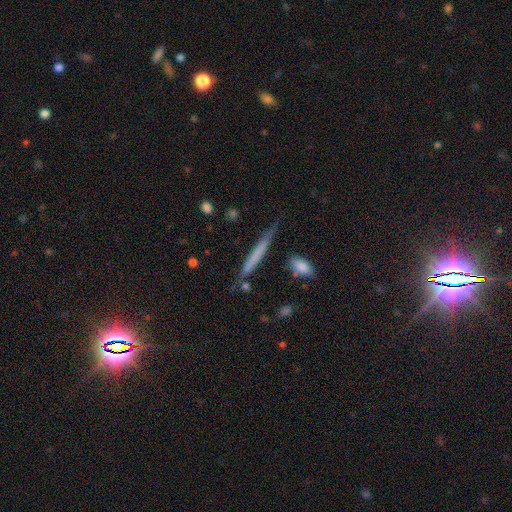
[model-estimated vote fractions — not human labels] A smooth galaxy with no disk features (54%) that is cigar-shaped (95%).

Vote fractions:
- Smooth or featured? smooth: 54% / featured or disk: 39% / star or artifact: 7%
- How rounded? cigar-shaped: 95% / in between: 3% / round: 2%
- Merging? none: 75% / minor disturbance: 17% / major disturbance: 4% / merger: 4%